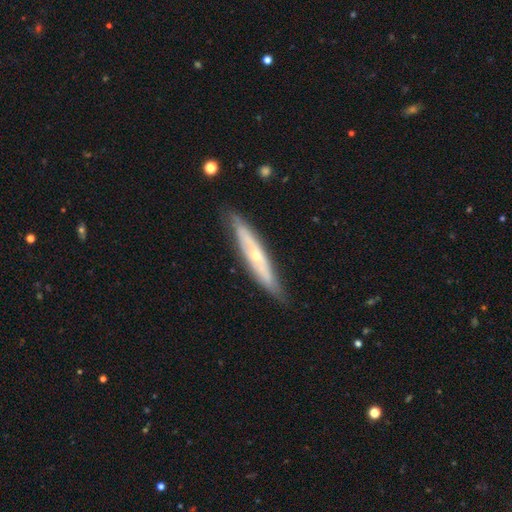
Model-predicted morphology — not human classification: Smooth or featured?
  - featured or disk: 66% *
  - smooth: 28%
  - star or artifact: 6%
Edge-on disk?
  - yes: 64% *
  - no: 36%
Merging?
  - none: 80% *
  - minor disturbance: 16%
  - major disturbance: 3%
  - merger: 1%